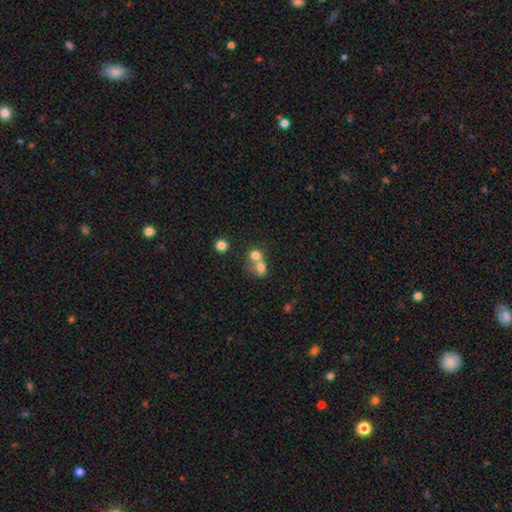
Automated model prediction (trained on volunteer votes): Smooth or featured? smooth (75%)
How rounded? round (63%)
Merging? merger (63%)